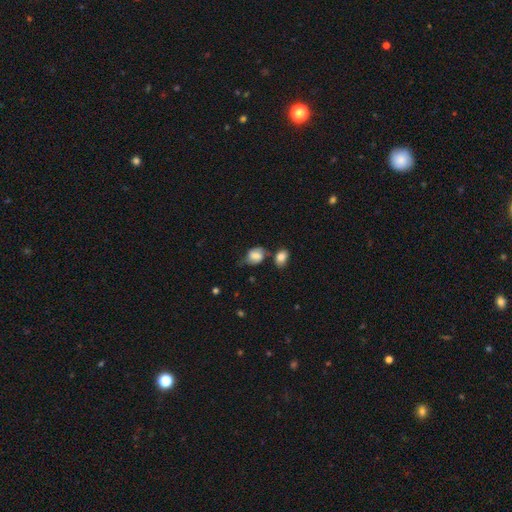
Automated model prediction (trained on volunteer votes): smooth-or-featured: smooth: 67% | featured or disk: 24% | star or artifact: 9%
  how-rounded: in between: 62% | round: 36% | cigar-shaped: 1%
  merging: none: 48% | minor disturbance: 26% | merger: 17% | major disturbance: 9%